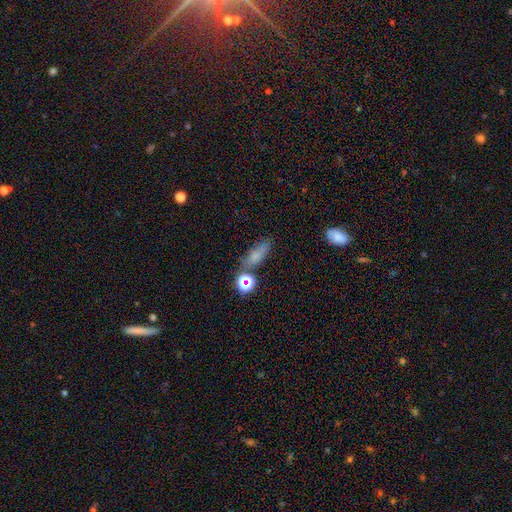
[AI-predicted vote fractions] A smooth galaxy with no disk features (52%) that is in between round and cigar-shaped (45%). Merging: none (70%).